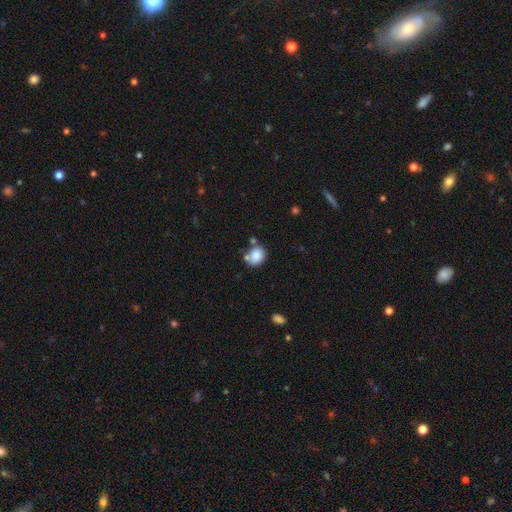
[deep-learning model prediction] A smooth galaxy with no disk features (84%) that is round (62%).

Vote fractions:
- Smooth or featured? smooth: 84% / star or artifact: 9% / featured or disk: 6%
- How rounded? round: 62% / in between: 37% / cigar-shaped: 1%
- Merging? none: 58% / merger: 19% / minor disturbance: 17% / major disturbance: 5%